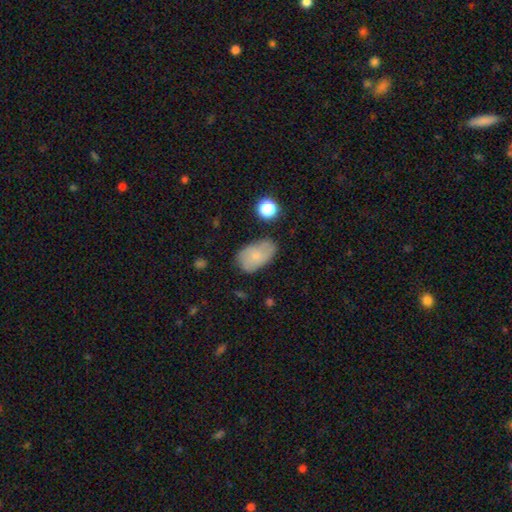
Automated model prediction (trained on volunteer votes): A smooth galaxy with no disk features (73%) that is in between round and cigar-shaped (91%). Merging: none (66%).